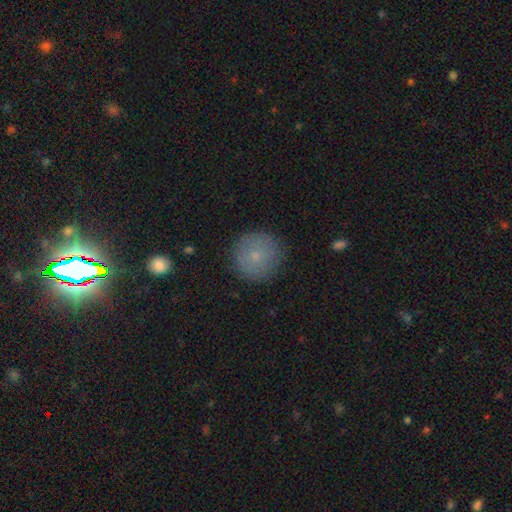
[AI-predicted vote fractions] Smooth or featured: smooth — 75% (featured or disk — 15%)
How rounded: round — 95% (in between — 4%)
Merging: none — 85% (minor disturbance — 11%)